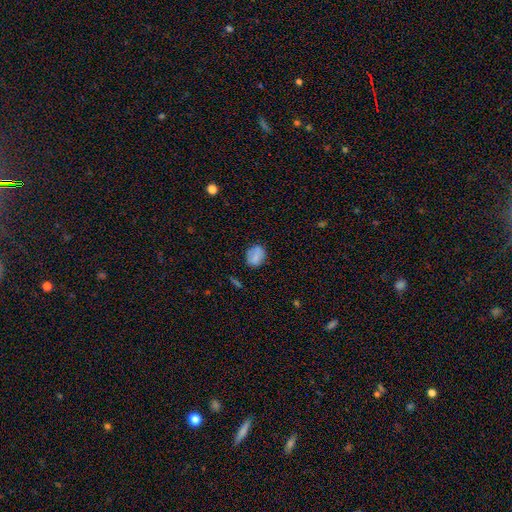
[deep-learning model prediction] This appears to be a smooth galaxy with no disk features (74%) that is round (50%). Merging: none (78%).